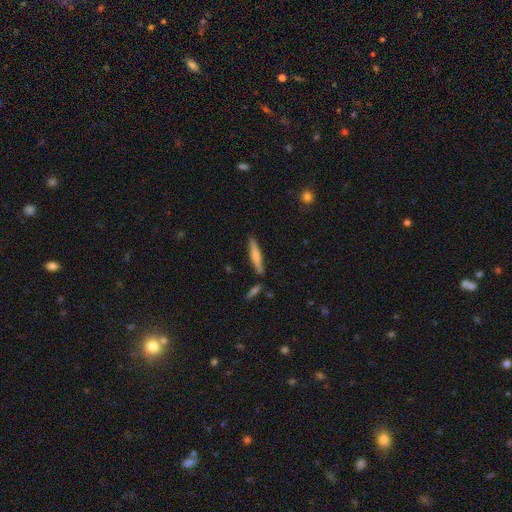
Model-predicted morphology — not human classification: smooth_or_featured: smooth (p=0.62) [alt: featured or disk p=0.32]
how_rounded: cigar-shaped (p=0.90) [alt: in between p=0.09]
merging: none (p=0.85) [alt: minor disturbance p=0.09]